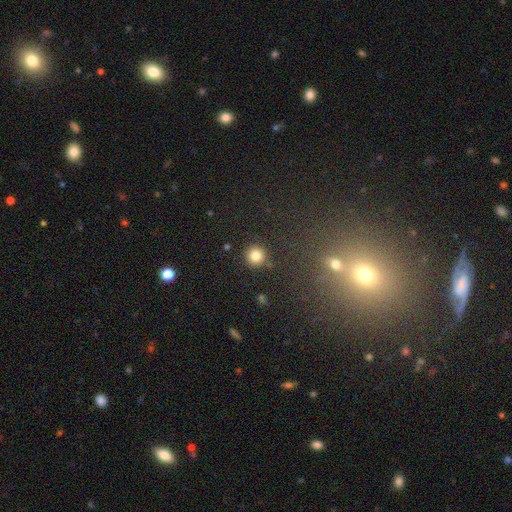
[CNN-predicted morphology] Smooth or featured? Predicted: smooth (p=0.82). How rounded? Predicted: round (p=0.94). Merging? Predicted: none (p=0.87).